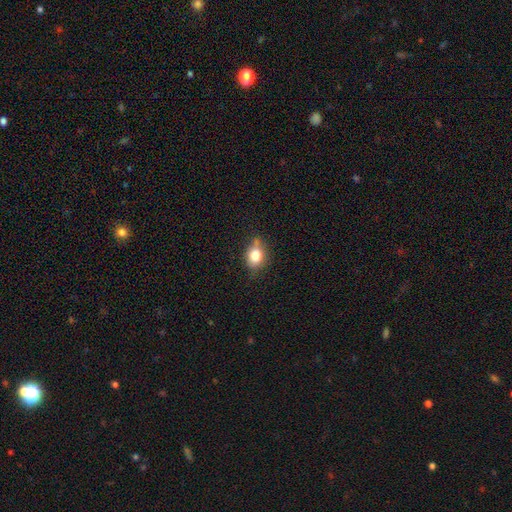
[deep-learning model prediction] Smooth or featured? smooth (79%)
How rounded? in between (54%)
Merging? none (62%)